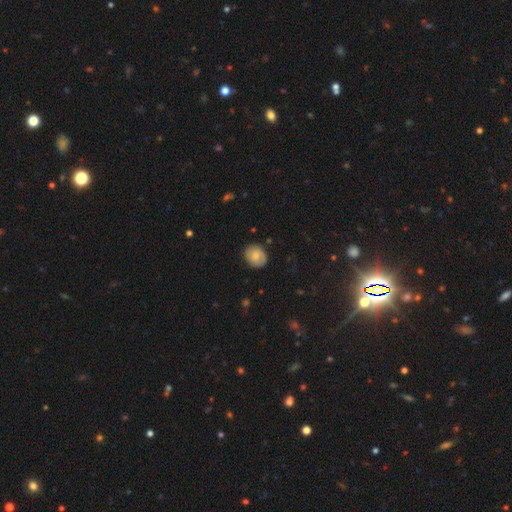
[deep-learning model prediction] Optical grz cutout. It shows a smooth galaxy with no disk features (64%) that is round (70%). Merging: none (80%).